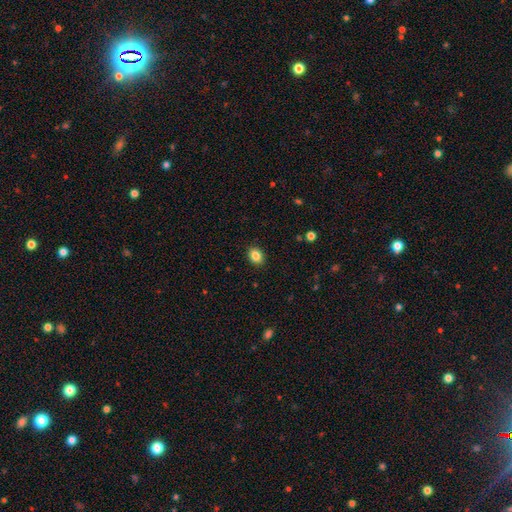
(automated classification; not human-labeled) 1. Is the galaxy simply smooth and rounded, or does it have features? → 85% smooth, 9% star or artifact, 5% featured or disk.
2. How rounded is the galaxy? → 58% in between, 41% round, 1% cigar-shaped.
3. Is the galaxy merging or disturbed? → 90% none, 7% minor disturbance, 2% major disturbance, 1% merger.